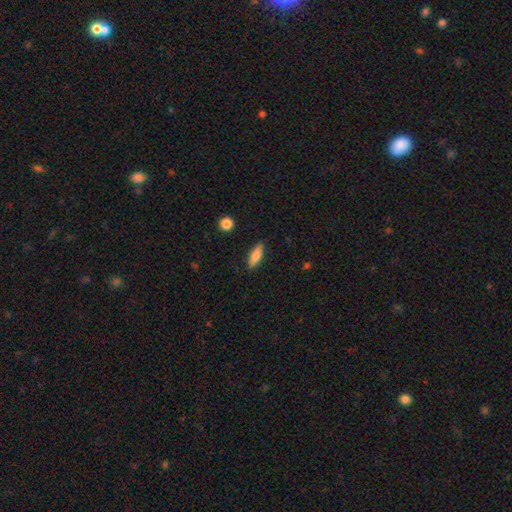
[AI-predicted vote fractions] Smooth or featured: smooth — 77% (featured or disk — 16%)
How rounded: in between — 54% (cigar-shaped — 43%)
Merging: none — 86% (minor disturbance — 10%)